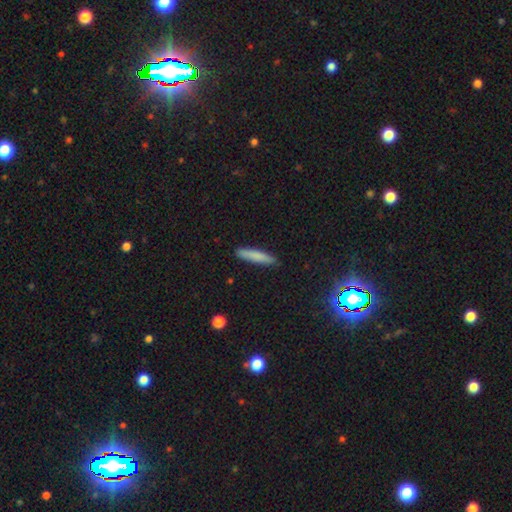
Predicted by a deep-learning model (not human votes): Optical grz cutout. It shows a smooth galaxy with no disk features (80%) that is cigar-shaped (90%). Merging: none (88%).